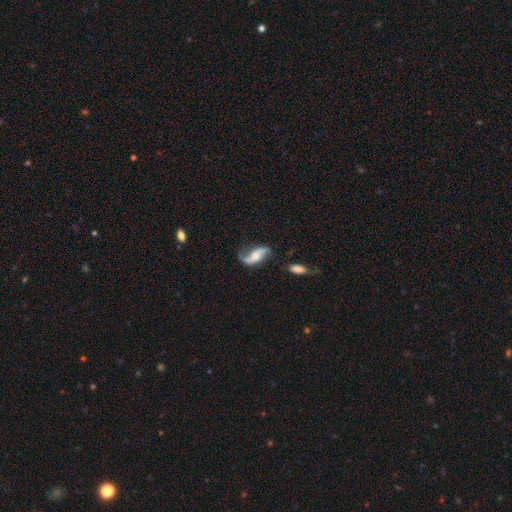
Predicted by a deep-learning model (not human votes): Overall: featured or disk (80%). Edge-on disk: no (93%). Bar: no (49%; weak 34%). Spiral arms: yes (94%). Spiral arm count: 2 (90%). Spiral winding: loose (82%). Bulge size: moderate (30%; small 24%). Merging: none (61%).